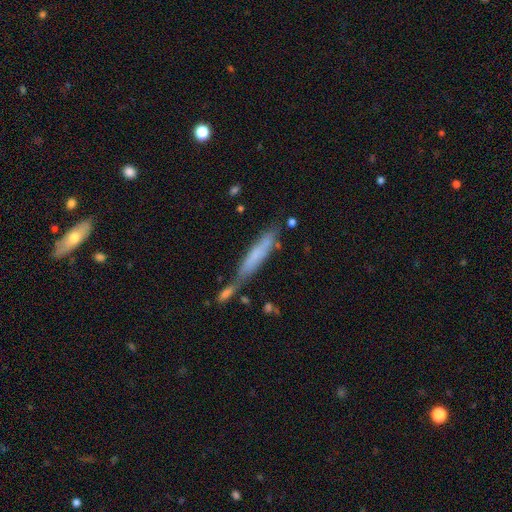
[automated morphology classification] Smooth or featured? smooth (61%)
How rounded? cigar-shaped (88%)
Merging? none (42%)